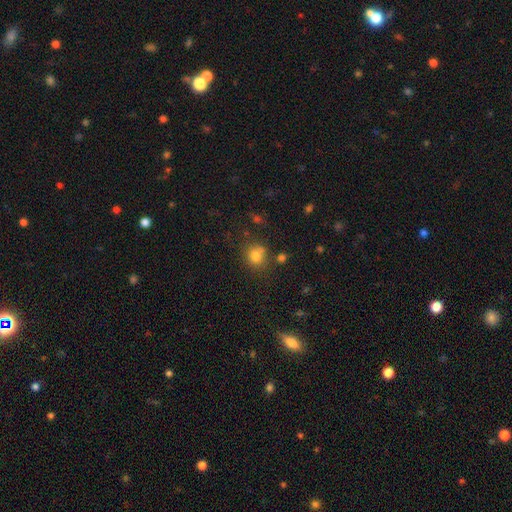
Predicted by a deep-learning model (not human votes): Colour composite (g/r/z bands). It shows a smooth galaxy with no disk features (79%) that is round (83%). Merging: none (70%).